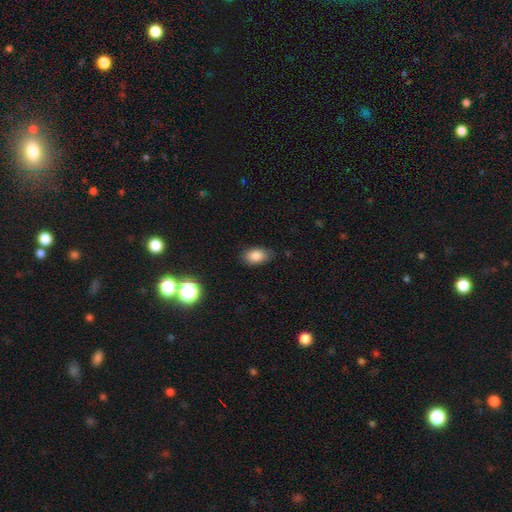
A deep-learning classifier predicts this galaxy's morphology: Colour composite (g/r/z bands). It shows a smooth galaxy with no disk features (84%) that is in between round and cigar-shaped (87%). Merging: none (77%).